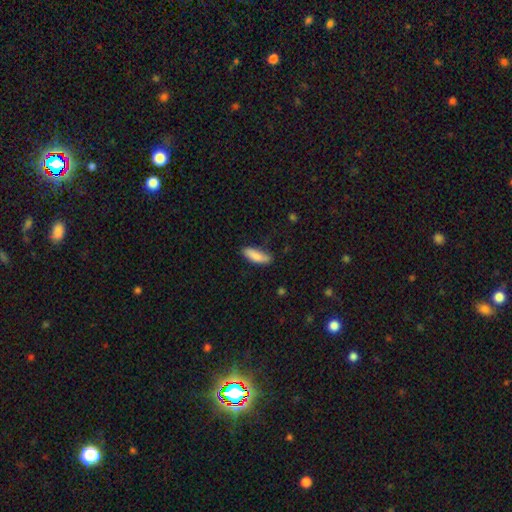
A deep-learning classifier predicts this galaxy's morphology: Smooth or featured: smooth — 85% (featured or disk — 8%)
How rounded: in between — 57% (cigar-shaped — 42%)
Merging: none — 72% (minor disturbance — 22%)